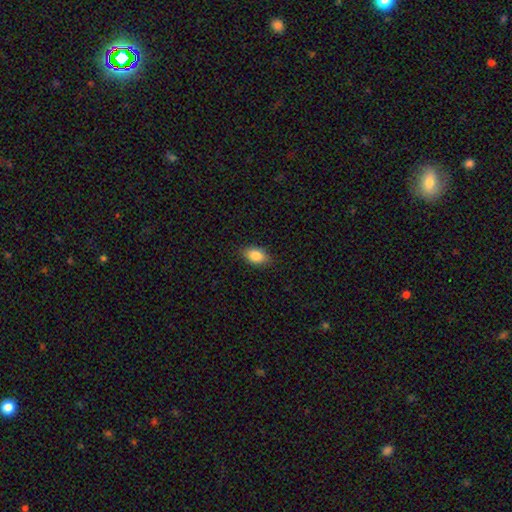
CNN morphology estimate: smooth_or_featured: smooth (p=0.85) [alt: star or artifact p=0.08]
how_rounded: in between (p=0.87) [alt: round p=0.11]
merging: none (p=0.87) [alt: minor disturbance p=0.10]